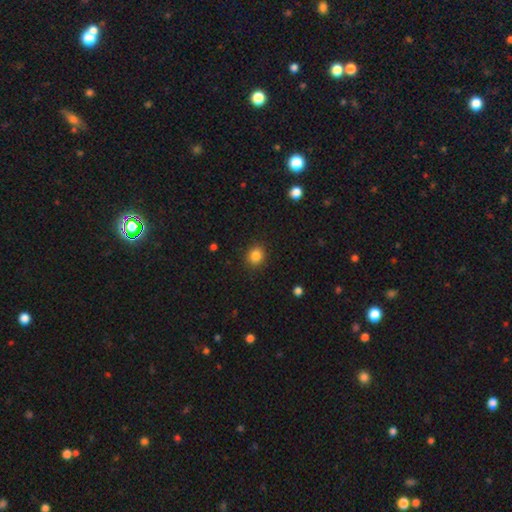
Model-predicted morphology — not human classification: Smooth or featured? smooth (85%)
How rounded? round (73%)
Merging? none (90%)